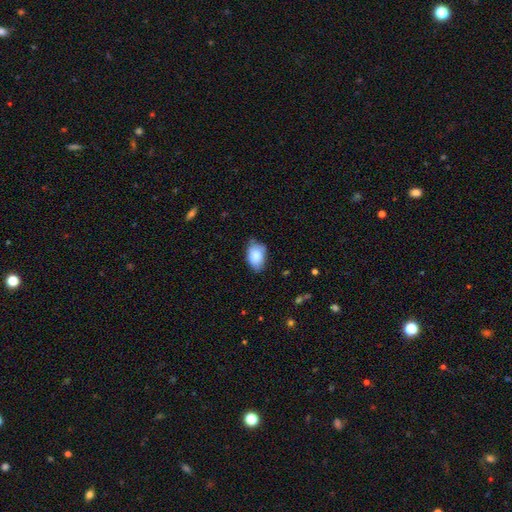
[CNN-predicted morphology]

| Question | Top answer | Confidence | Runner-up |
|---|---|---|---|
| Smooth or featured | smooth | 85% | featured or disk (9%) |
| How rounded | in between | 89% | round (10%) |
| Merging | none | 65% | minor disturbance (29%) |